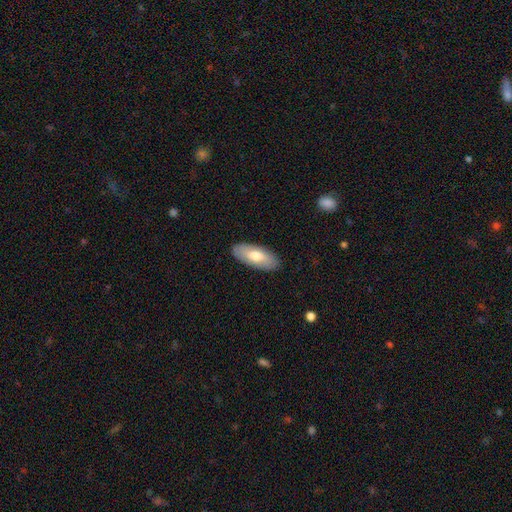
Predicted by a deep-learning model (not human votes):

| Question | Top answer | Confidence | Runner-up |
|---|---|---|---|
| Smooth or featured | smooth | 69% | featured or disk (25%) |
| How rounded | in between | 85% | cigar-shaped (12%) |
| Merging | none | 88% | minor disturbance (9%) |